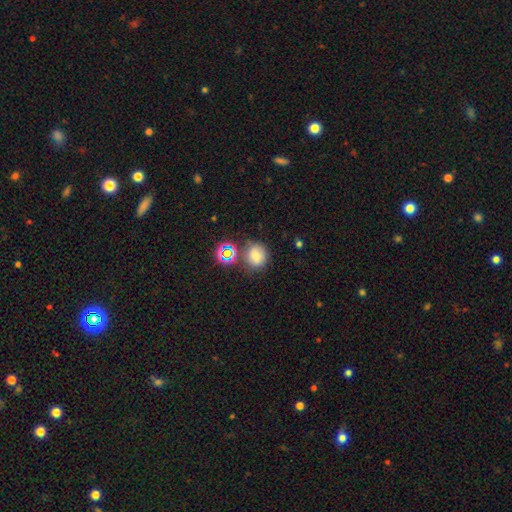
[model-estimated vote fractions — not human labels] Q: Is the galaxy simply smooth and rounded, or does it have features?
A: smooth — 70%.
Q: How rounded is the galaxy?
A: round — 82%.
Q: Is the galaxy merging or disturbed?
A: none — 68%.